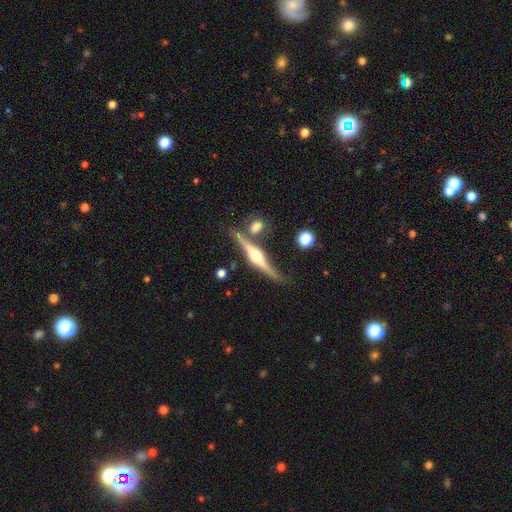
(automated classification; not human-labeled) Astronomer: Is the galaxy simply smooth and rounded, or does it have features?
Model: featured or disk — 83%.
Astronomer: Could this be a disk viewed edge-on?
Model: yes — 98%.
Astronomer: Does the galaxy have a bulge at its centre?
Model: rounded — 93%.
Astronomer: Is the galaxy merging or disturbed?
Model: none — 77%.